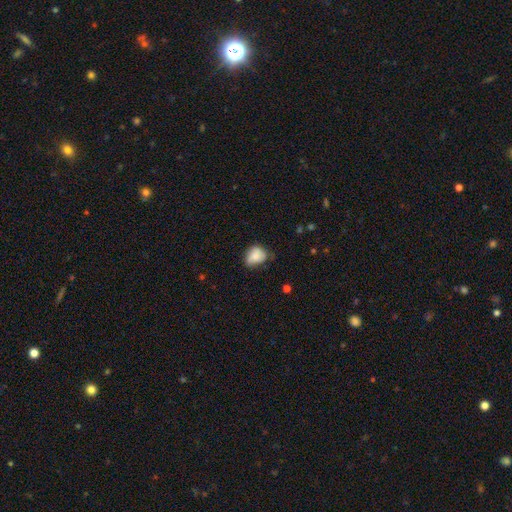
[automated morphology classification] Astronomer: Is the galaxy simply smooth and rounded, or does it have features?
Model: smooth — 82%.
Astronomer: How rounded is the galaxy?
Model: in between — 54% (runner-up: round, 45%).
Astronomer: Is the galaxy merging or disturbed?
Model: none — 45% (runner-up: minor disturbance, 42%).